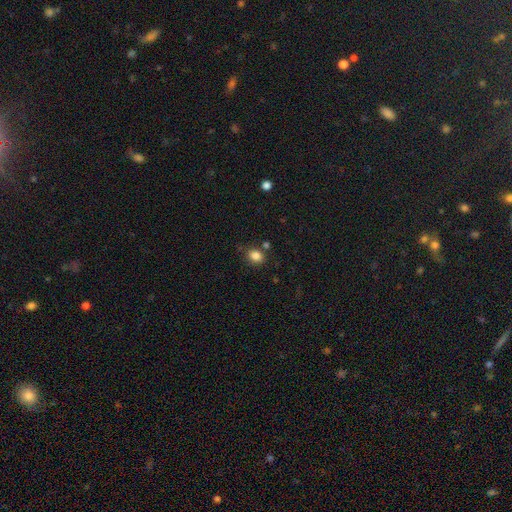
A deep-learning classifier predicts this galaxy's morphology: smooth 85%, star or artifact 11%, featured or disk 5%. Down the decision tree: how rounded — round (50%); merging — none (78%).